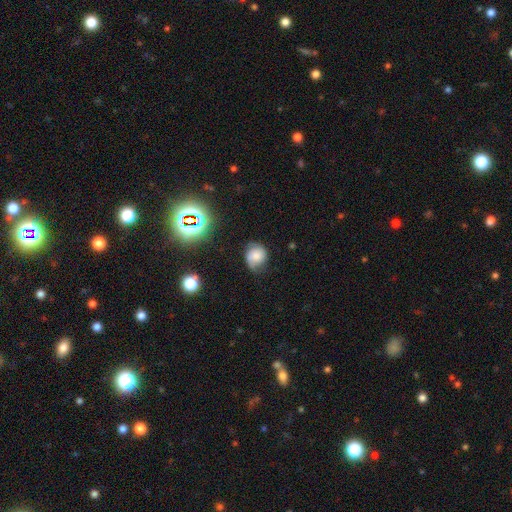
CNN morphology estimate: Smooth or featured? smooth (57%)
How rounded? round (73%)
Merging? none (54%)